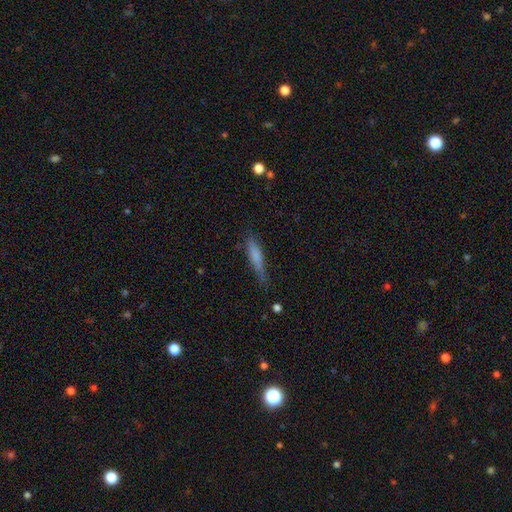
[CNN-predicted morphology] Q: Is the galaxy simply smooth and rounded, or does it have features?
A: smooth — 68%.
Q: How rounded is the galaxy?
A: cigar-shaped — 83%.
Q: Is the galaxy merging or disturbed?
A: none — 66%.